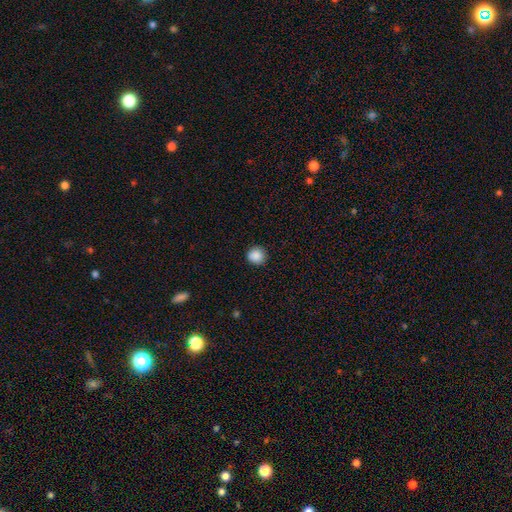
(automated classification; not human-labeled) Q: Smooth or featured?
A: smooth (88%); runner-up: star or artifact (9%)
Q: How rounded?
A: round (93%); runner-up: in between (7%)
Q: Merging?
A: none (90%); runner-up: minor disturbance (7%)